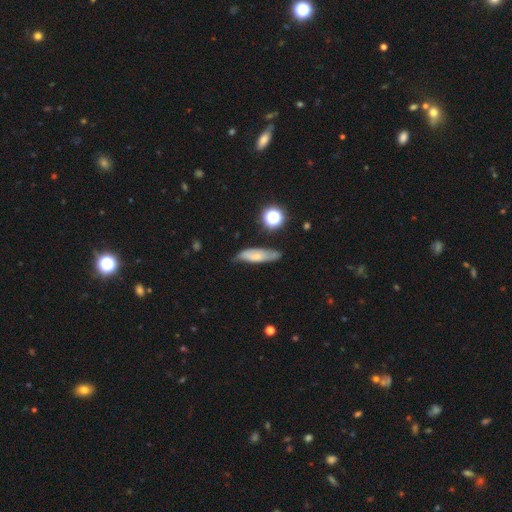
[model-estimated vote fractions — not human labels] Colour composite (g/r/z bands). It shows a smooth galaxy with no disk features (61%) that is cigar-shaped (52%). Merging: none (65%).